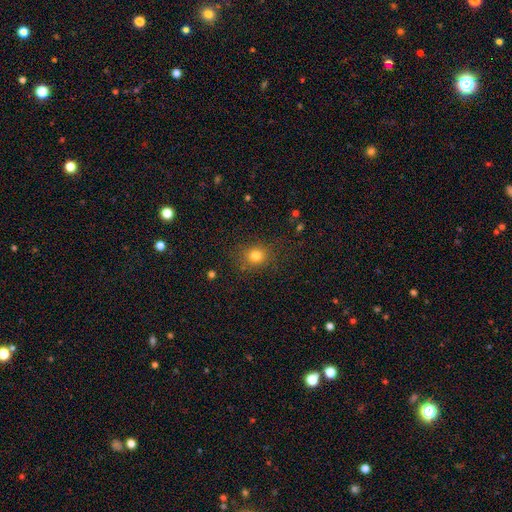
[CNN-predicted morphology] Smooth or featured? smooth (80%)
How rounded? round (77%)
Merging? none (83%)